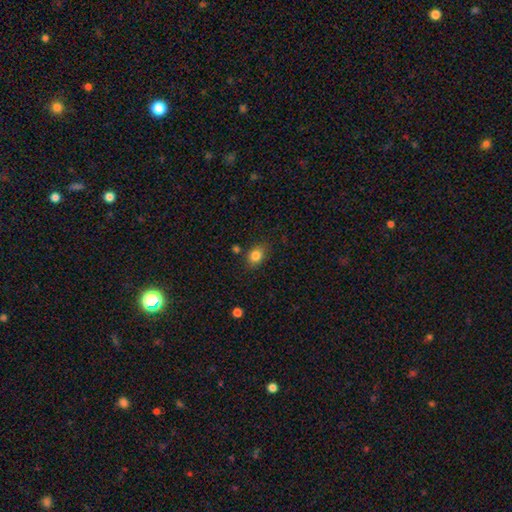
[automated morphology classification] Smooth or featured? smooth (83%)
How rounded? in between (56%)
Merging? none (79%)